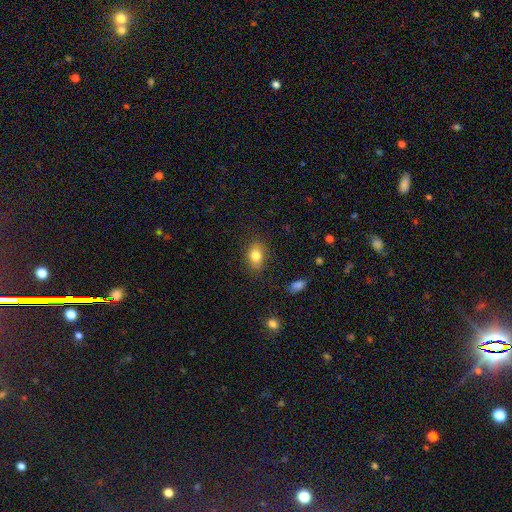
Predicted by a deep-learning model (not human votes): The model was most divided on "how rounded": in between: 72%, round: 26%, cigar-shaped: 2%. More confident: merging — none (83%); smooth or featured — smooth (81%).